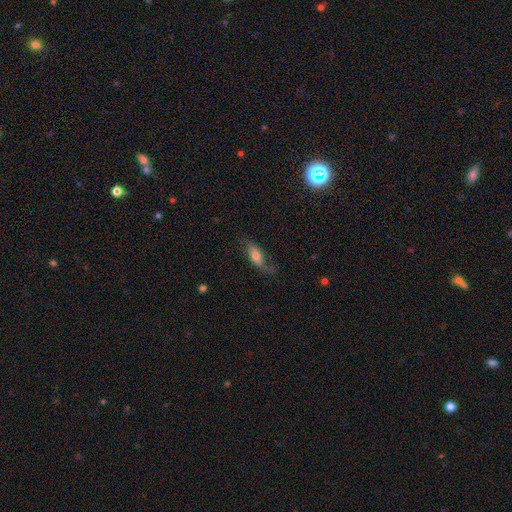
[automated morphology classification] Q: Smooth or featured?
A: featured or disk (50%); runner-up: smooth (40%)
Q: Edge-on disk?
A: no (75%); runner-up: yes (25%)
Q: Merging?
A: none (60%); runner-up: minor disturbance (24%)